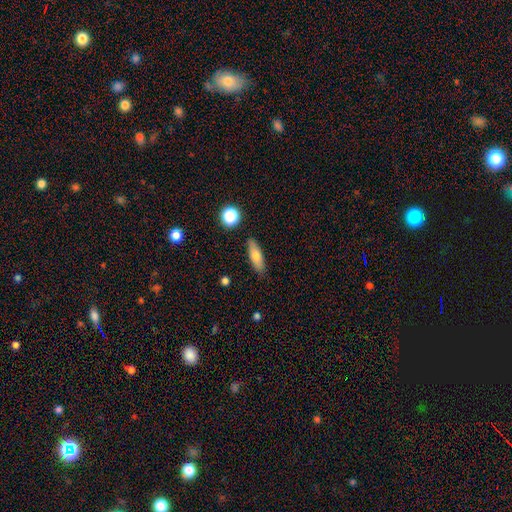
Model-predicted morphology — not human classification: type=smooth (71%); roundness=in between (51%); merging=none (85%).